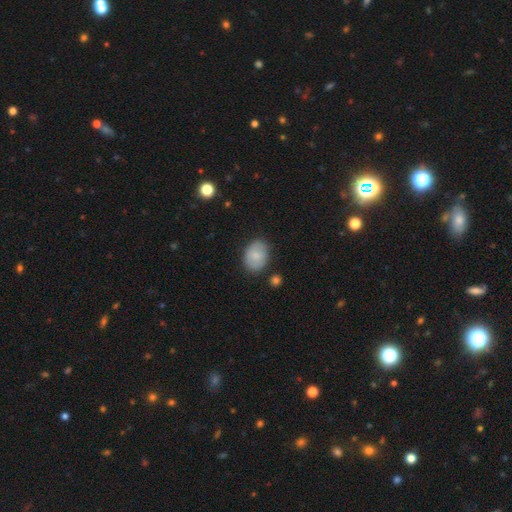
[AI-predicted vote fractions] Overall: smooth (78%). How rounded: in between (71%). Merging: none (78%).